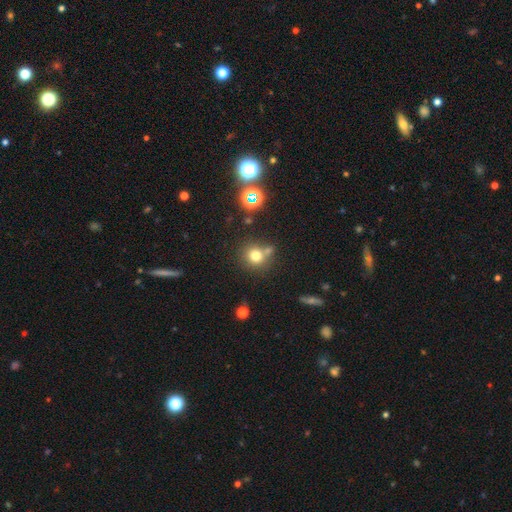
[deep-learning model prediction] Q: Smooth or featured?
A: smooth (74%); runner-up: star or artifact (17%)
Q: How rounded?
A: round (88%); runner-up: in between (11%)
Q: Merging?
A: none (64%); runner-up: merger (20%)